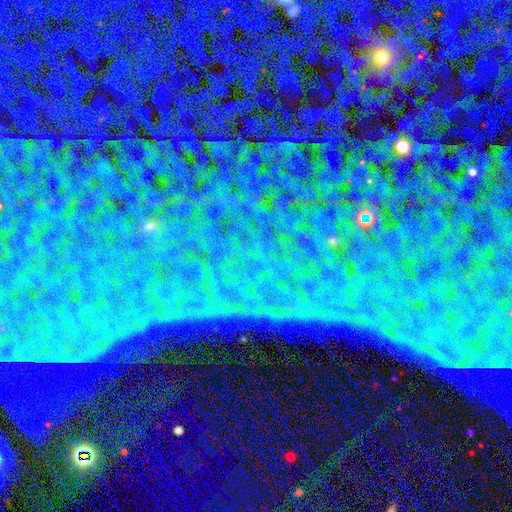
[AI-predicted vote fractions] Smooth or featured? star or artifact (86%)